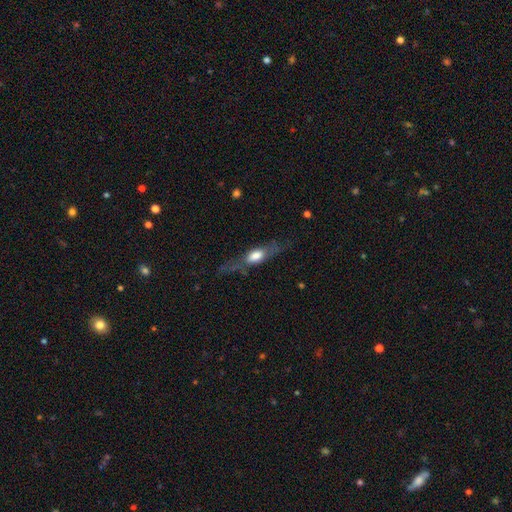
Volunteers were most divided on "smooth or featured": featured or disk: 59%, smooth: 38%, star or artifact: 3%. More confident: edge-on disk — yes (91%); merging — none (67%); edge-on bulge — rounded (60%).